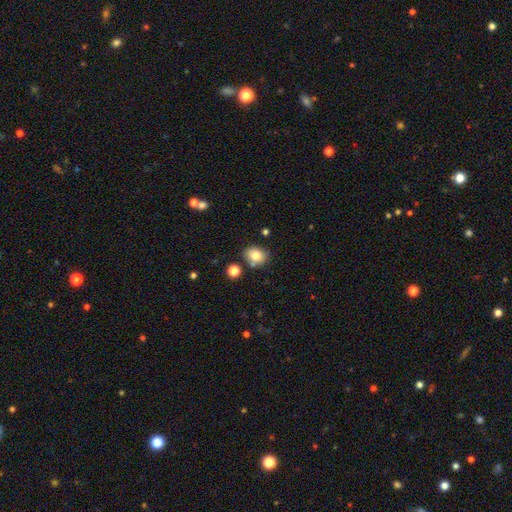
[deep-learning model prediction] A smooth galaxy with no disk features (79%) that is round (50%).

Vote fractions:
- Smooth or featured? smooth: 79% / star or artifact: 11% / featured or disk: 10%
- How rounded? round: 50% / in between: 49% / cigar-shaped: 1%
- Merging? none: 75% / minor disturbance: 13% / merger: 10% / major disturbance: 3%